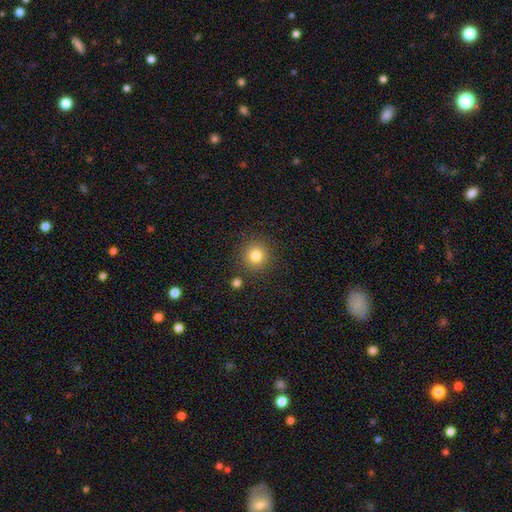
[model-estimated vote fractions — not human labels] Smooth or featured? smooth (81%)
How rounded? round (94%)
Merging? none (86%)